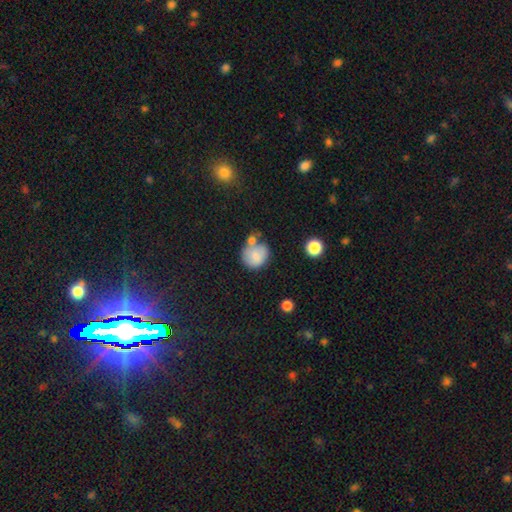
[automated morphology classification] smooth 78%, featured or disk 13%, star or artifact 8%. Down the decision tree: how rounded — round (79%); merging — none (45%).